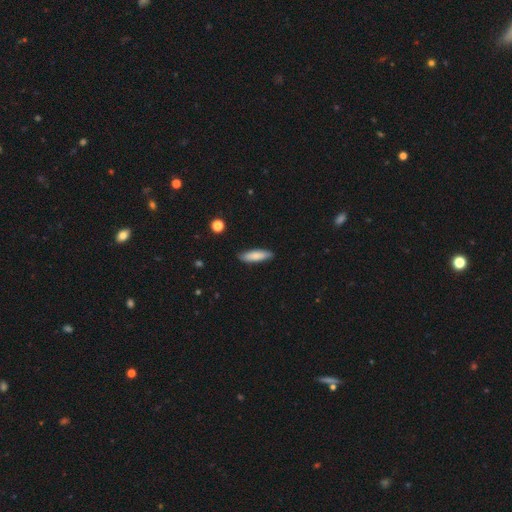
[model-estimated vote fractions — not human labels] Smooth or featured?
  - smooth: 81% *
  - featured or disk: 13%
  - star or artifact: 6%
How rounded?
  - cigar-shaped: 63% *
  - in between: 36%
  - round: 2%
Merging?
  - none: 87% *
  - minor disturbance: 10%
  - major disturbance: 2%
  - merger: 1%